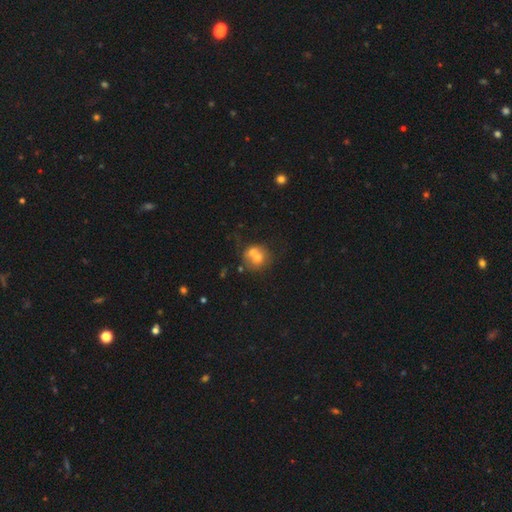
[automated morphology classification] A smooth galaxy with no disk features (62%) that is round (77%). Merging: merger (60%).